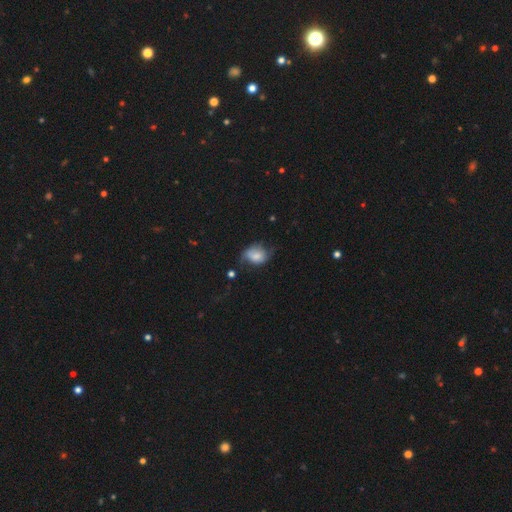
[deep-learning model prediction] The model was most divided on "merging": none: 39%, minor disturbance: 34%, major disturbance: 24%, merger: 3%. More confident: how rounded — in between (63%); smooth or featured — smooth (56%).